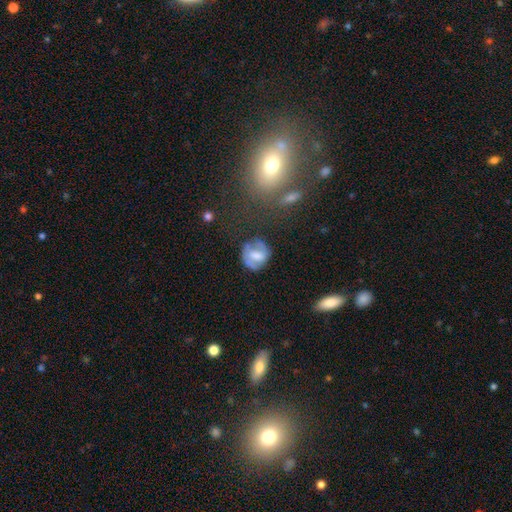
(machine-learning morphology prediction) This is possibly a featured or disk galaxy (48%). Merging: likely none (62%).